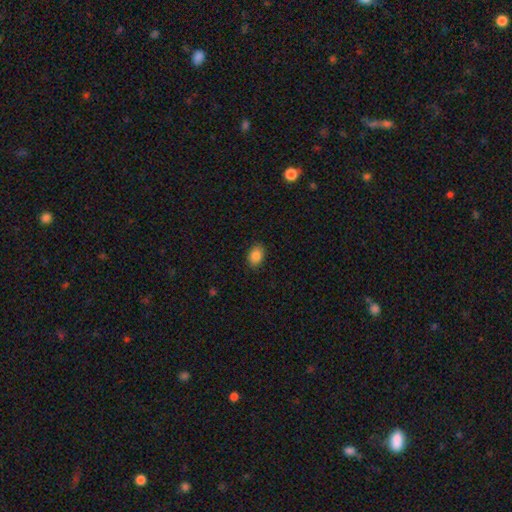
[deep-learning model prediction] Smooth or featured? smooth (87%)
How rounded? in between (81%)
Merging? none (88%)